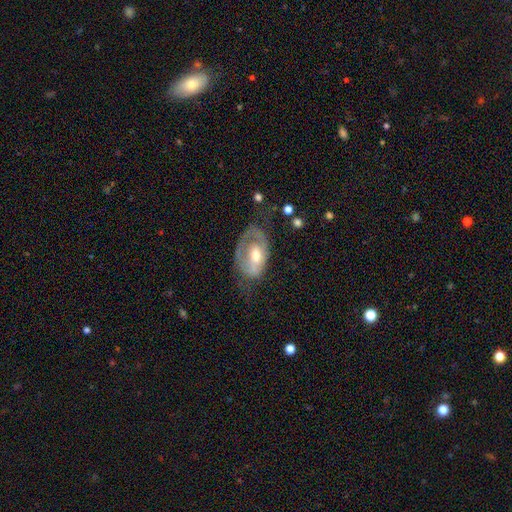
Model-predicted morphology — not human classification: smooth_or_featured: featured or disk (p=0.61) [alt: smooth p=0.33]
disk_edge_on: no (p=0.93) [alt: yes p=0.07]
bar: no (p=0.51) [alt: weak p=0.36]
has_spiral_arms: yes (p=0.58) [alt: no p=0.42]
bulge_size: moderate (p=0.65) [alt: small p=0.20]
merging: none (p=0.41) [alt: major disturbance p=0.30]